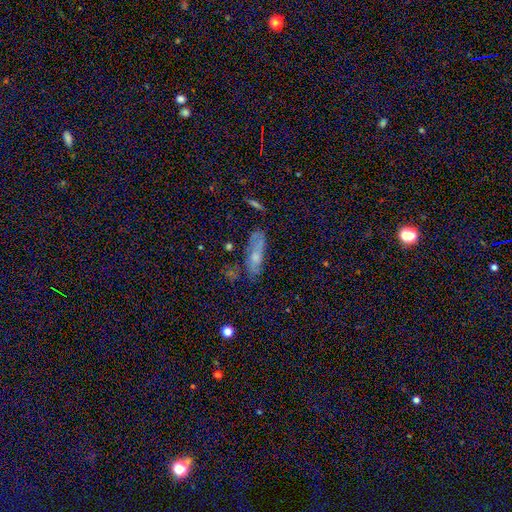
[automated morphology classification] Smooth or featured: smooth — 50% (featured or disk — 32%)
Merging: none — 60% (minor disturbance — 24%)